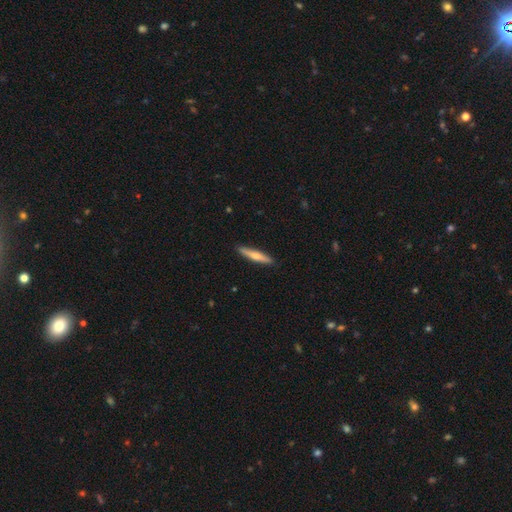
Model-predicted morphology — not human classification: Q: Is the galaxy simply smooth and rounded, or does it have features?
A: smooth — 55%.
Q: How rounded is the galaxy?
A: cigar-shaped — 90%.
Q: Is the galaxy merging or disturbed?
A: none — 91%.